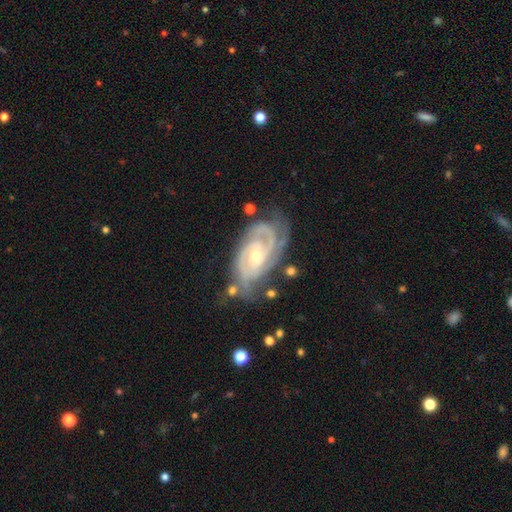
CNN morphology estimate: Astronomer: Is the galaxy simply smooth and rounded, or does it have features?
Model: featured or disk — 91%.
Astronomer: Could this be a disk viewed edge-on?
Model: no — 96%.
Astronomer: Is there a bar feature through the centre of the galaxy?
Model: no — 49% (runner-up: weak, 39%).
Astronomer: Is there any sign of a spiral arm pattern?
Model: yes — 98%.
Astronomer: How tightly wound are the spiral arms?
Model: tight — 70%.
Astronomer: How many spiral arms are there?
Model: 2 — 46% (runner-up: 3, 26%).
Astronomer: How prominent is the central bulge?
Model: small — 55% (runner-up: moderate, 42%).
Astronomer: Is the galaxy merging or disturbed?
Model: none — 63%.